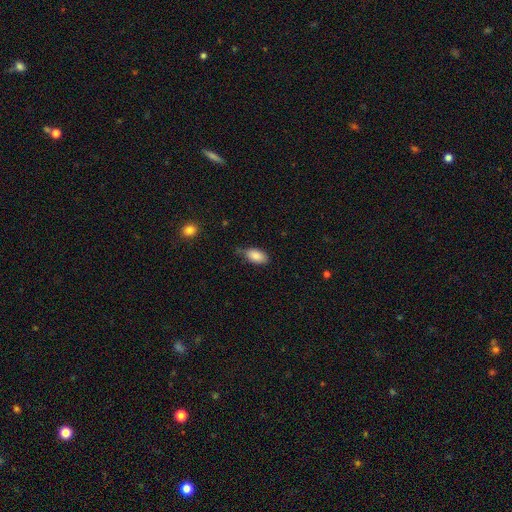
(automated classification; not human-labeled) smooth-or-featured: smooth: 87% | star or artifact: 7% | featured or disk: 6%
  how-rounded: in between: 93% | round: 4% | cigar-shaped: 3%
  merging: none: 69% | minor disturbance: 25% | major disturbance: 4% | merger: 2%